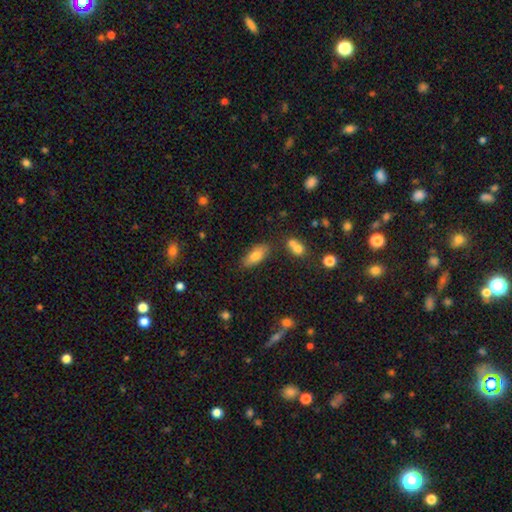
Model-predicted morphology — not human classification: smooth-or-featured: smooth: 76% | featured or disk: 17% | star or artifact: 8%
  how-rounded: in between: 79% | cigar-shaped: 18% | round: 3%
  merging: none: 78% | minor disturbance: 13% | merger: 7% | major disturbance: 3%